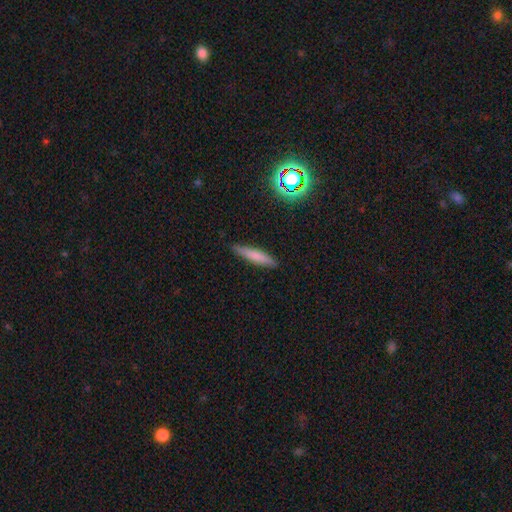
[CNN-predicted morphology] smooth-or-featured: smooth: 71% | featured or disk: 20% | star or artifact: 9%
  how-rounded: cigar-shaped: 89% | in between: 10% | round: 1%
  merging: none: 87% | minor disturbance: 10% | major disturbance: 2% | merger: 1%